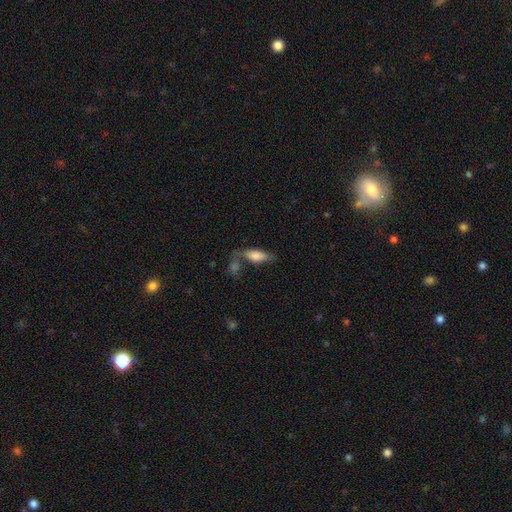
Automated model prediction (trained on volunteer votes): smooth-or-featured: smooth: 76% | featured or disk: 16% | star or artifact: 7%
  how-rounded: in between: 74% | cigar-shaped: 23% | round: 3%
  merging: none: 44% | merger: 27% | minor disturbance: 18% | major disturbance: 10%